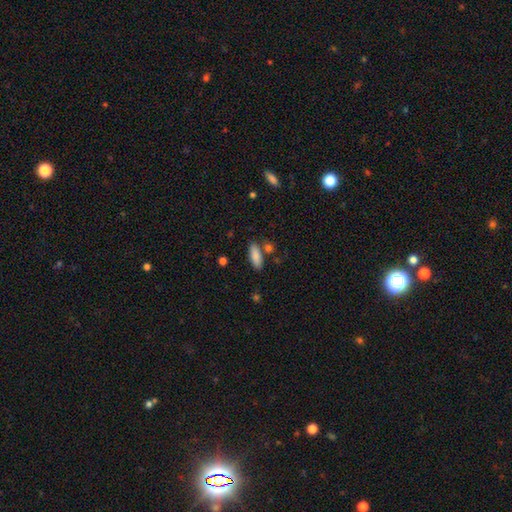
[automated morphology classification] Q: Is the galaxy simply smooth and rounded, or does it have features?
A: smooth — 87%.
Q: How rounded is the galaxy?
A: in between — 72%.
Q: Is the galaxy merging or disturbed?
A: none — 78%.